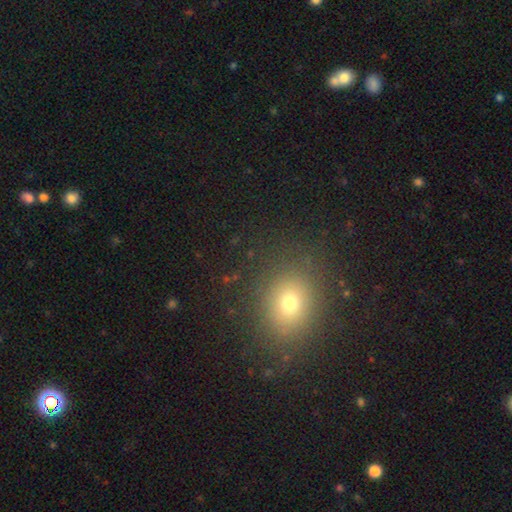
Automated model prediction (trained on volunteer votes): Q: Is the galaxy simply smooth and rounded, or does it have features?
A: smooth — 68%.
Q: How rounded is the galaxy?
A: round — 61%.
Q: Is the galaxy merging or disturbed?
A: none — 86%.